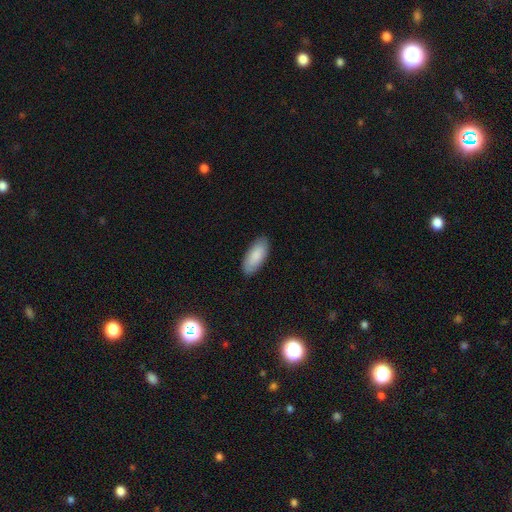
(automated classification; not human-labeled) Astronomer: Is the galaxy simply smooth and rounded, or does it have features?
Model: smooth — 88%.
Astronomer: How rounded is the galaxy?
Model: in between — 85%.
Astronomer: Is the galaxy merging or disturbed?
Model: none — 88%.